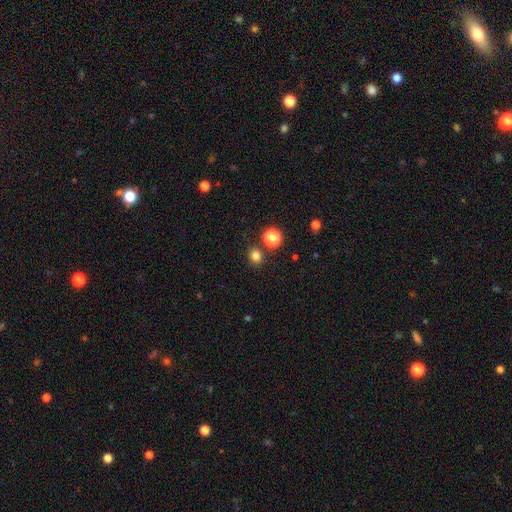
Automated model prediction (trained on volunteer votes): The model was most divided on "smooth or featured": smooth: 79%, star or artifact: 17%, featured or disk: 5%. More confident: merging — none (85%); how rounded — round (83%).